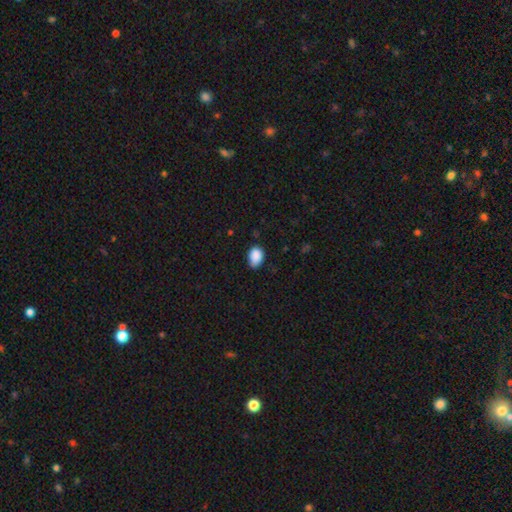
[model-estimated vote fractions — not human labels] This is clearly a smooth galaxy (88%). How rounded: likely in between (76%). Merging: likely none (66%).